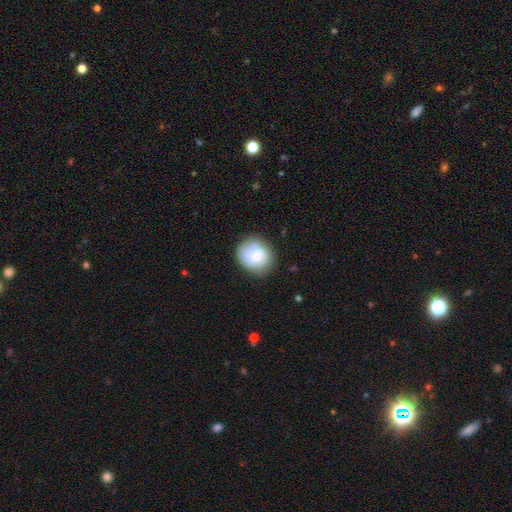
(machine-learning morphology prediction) A smooth galaxy with no disk features (47%).

Vote fractions:
- Smooth or featured? smooth: 47% / featured or disk: 46% / star or artifact: 7%
- Merging? none: 62% / minor disturbance: 22% / major disturbance: 11% / merger: 5%